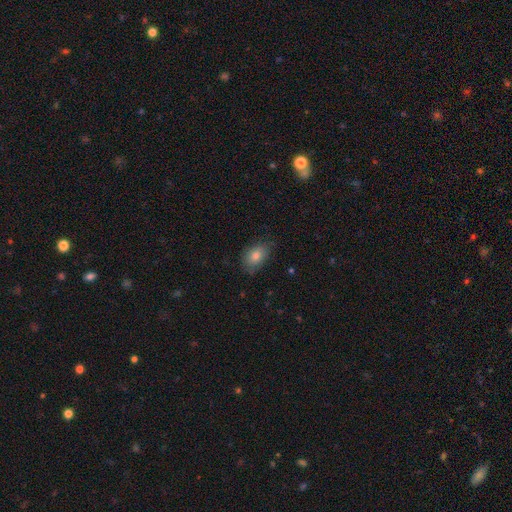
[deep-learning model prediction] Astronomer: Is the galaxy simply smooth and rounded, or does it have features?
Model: smooth — 80%.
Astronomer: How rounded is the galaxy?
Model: in between — 81%.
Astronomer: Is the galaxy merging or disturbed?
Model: none — 74%.